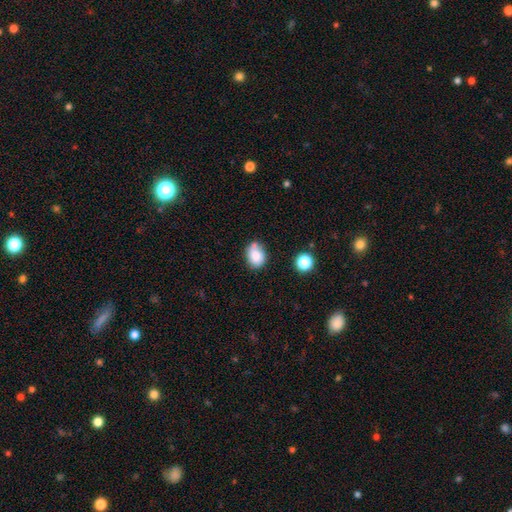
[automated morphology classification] The model was most divided on "how rounded": in between: 63%, round: 36%, cigar-shaped: 1%. More confident: smooth or featured — smooth (77%); merging — none (54%).